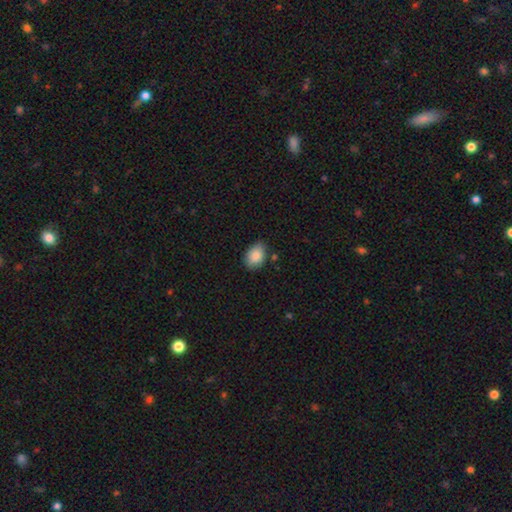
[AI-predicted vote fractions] Smooth or featured?
  - smooth: 87% *
  - star or artifact: 7%
  - featured or disk: 6%
How rounded?
  - in between: 82% *
  - round: 17%
  - cigar-shaped: 1%
Merging?
  - none: 76% *
  - minor disturbance: 18%
  - major disturbance: 3%
  - merger: 3%